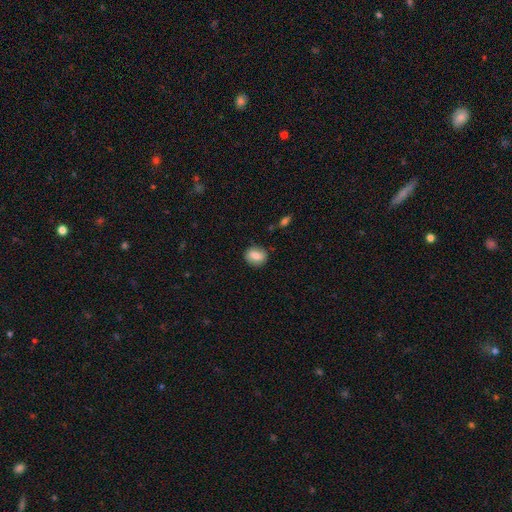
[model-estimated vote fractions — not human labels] Morphology: type=smooth (77%); roundness=round (61%); merging=none (85%).